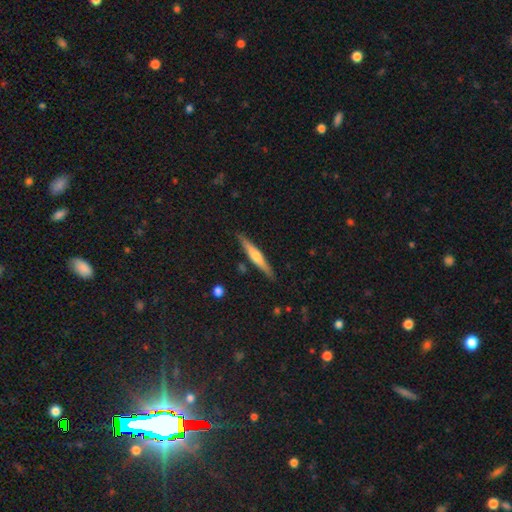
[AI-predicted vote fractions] Q: Smooth or featured?
A: featured or disk (55%); runner-up: smooth (39%)
Q: Edge-on disk?
A: yes (96%); runner-up: no (4%)
Q: Edge-on bulge?
A: rounded (77%); runner-up: none (14%)
Q: Merging?
A: none (87%); runner-up: minor disturbance (9%)